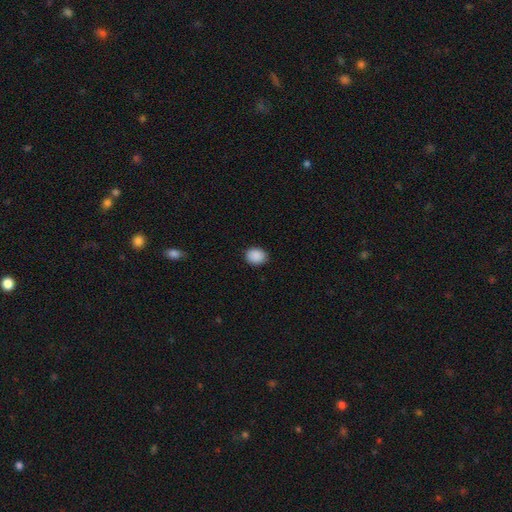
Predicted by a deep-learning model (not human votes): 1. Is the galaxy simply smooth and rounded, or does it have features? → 90% smooth, 8% star or artifact, 3% featured or disk.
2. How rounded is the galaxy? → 51% round, 48% in between, 1% cigar-shaped.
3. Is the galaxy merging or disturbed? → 89% none, 9% minor disturbance, 2% major disturbance, 1% merger.